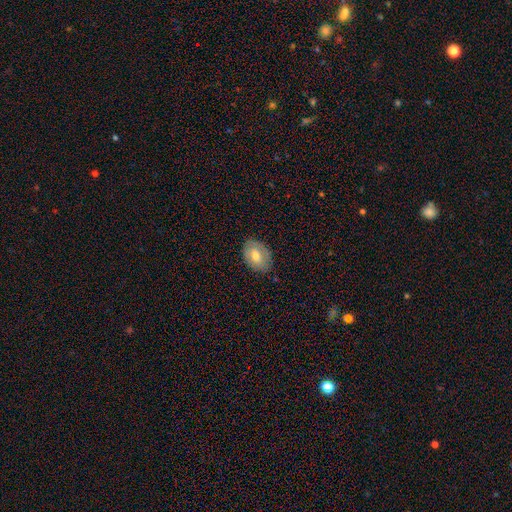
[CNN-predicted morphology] A smooth galaxy with no disk features (64%) that is in between round and cigar-shaped (81%).

Vote fractions:
- Smooth or featured? smooth: 64% / featured or disk: 29% / star or artifact: 7%
- How rounded? in between: 81% / round: 18% / cigar-shaped: 1%
- Merging? none: 79% / minor disturbance: 16% / major disturbance: 3% / merger: 1%